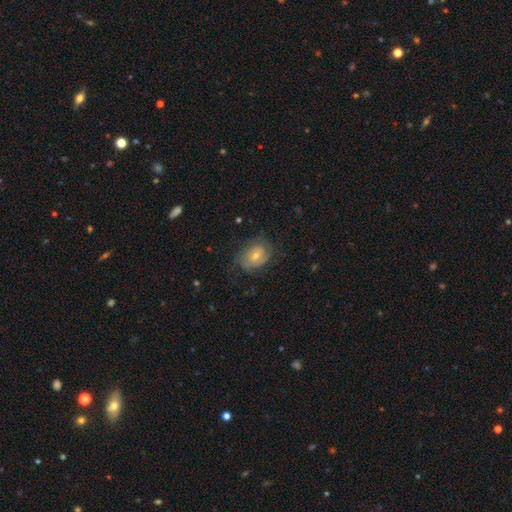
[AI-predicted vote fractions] Morphology: type=featured or disk (48%); merging=none (59%).